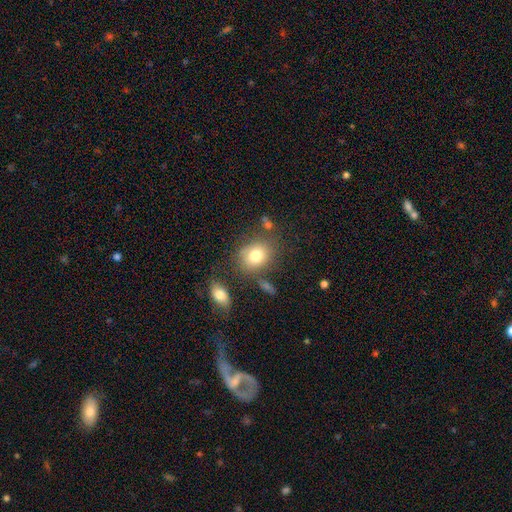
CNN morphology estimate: The model was most divided on "how rounded": round: 53%, in between: 46%, cigar-shaped: 1%. More confident: smooth or featured — smooth (78%); merging — none (70%).